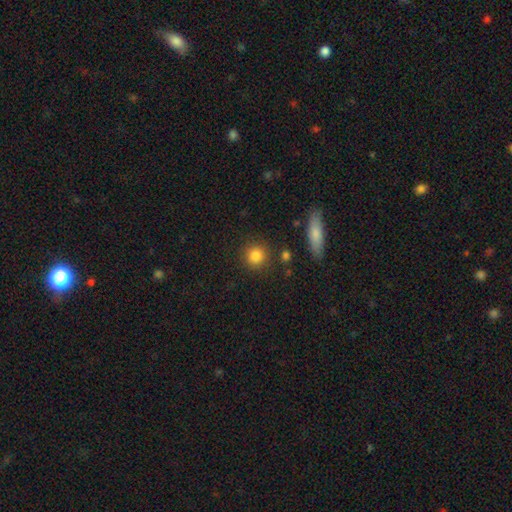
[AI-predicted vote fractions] Smooth or featured?
  - smooth: 84% *
  - star or artifact: 10%
  - featured or disk: 6%
How rounded?
  - round: 91% *
  - in between: 8%
  - cigar-shaped: 1%
Merging?
  - none: 85% *
  - minor disturbance: 8%
  - merger: 3%
  - major disturbance: 3%